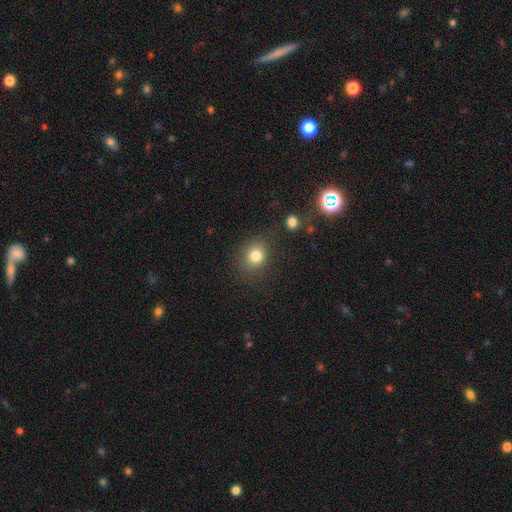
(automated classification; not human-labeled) A smooth galaxy with no disk features (80%) that is round (73%). Merging: none (77%).